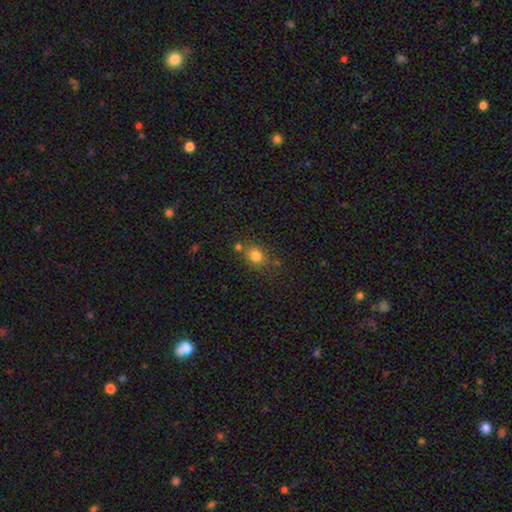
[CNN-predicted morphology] type=smooth (80%); roundness=round (61%); merging=none (70%).